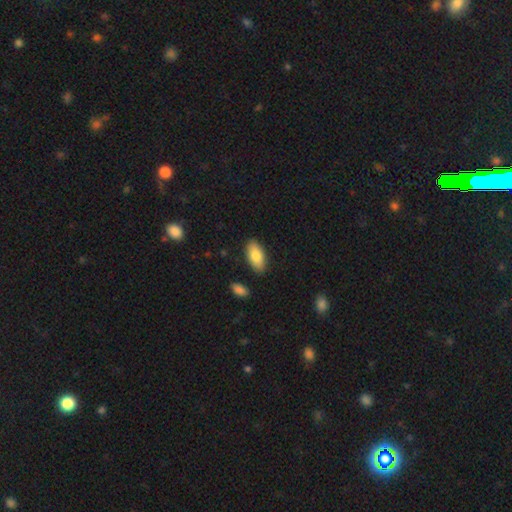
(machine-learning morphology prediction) A smooth galaxy with no disk features (82%) that is in between round and cigar-shaped (91%). Merging: none (86%).